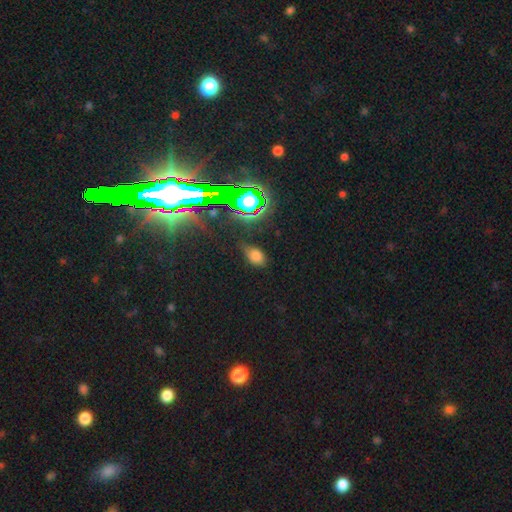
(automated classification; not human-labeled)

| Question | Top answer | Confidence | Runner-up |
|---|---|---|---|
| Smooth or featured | smooth | 63% | star or artifact (28%) |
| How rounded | in between | 79% | round (18%) |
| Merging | none | 66% | minor disturbance (24%) |